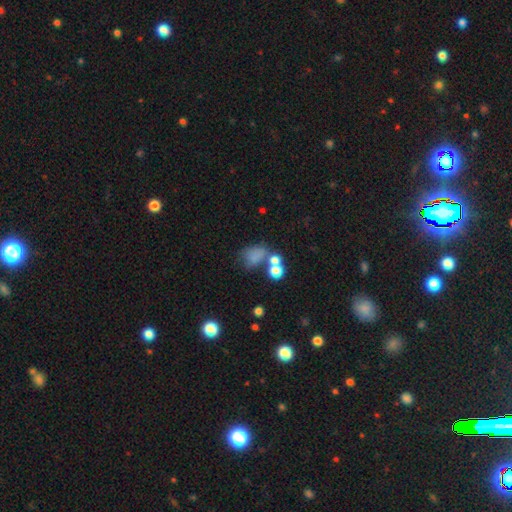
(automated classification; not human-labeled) A smooth galaxy with no disk features (67%) that is in between round and cigar-shaped (62%).

Vote fractions:
- Smooth or featured? smooth: 67% / star or artifact: 18% / featured or disk: 15%
- How rounded? in between: 62% / round: 36% / cigar-shaped: 2%
- Merging? none: 35% / merger: 29% / major disturbance: 19% / minor disturbance: 17%